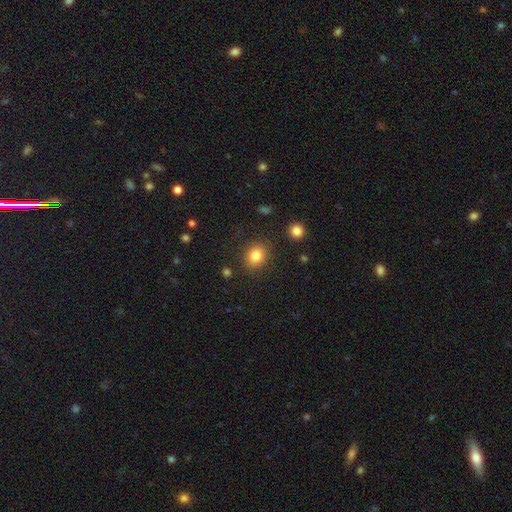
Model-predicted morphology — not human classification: This is clearly a smooth galaxy (83%). How rounded: likely round (60%). Merging: clearly none (85%).